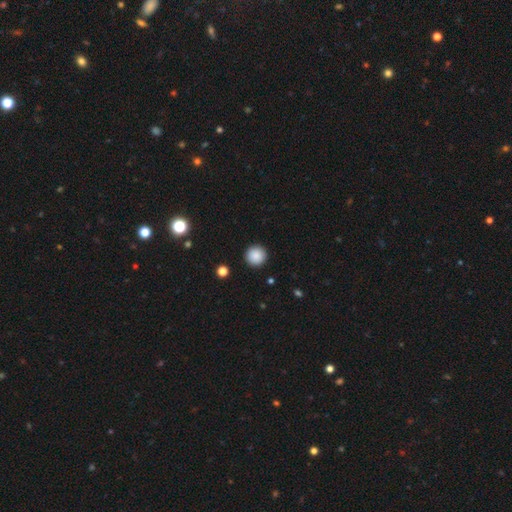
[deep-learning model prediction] A smooth galaxy with no disk features (88%) that is round (96%).

Vote fractions:
- Smooth or featured? smooth: 88% / star or artifact: 9% / featured or disk: 3%
- How rounded? round: 96% / in between: 3% / cigar-shaped: 1%
- Merging? none: 92% / minor disturbance: 5% / major disturbance: 2% / merger: 1%